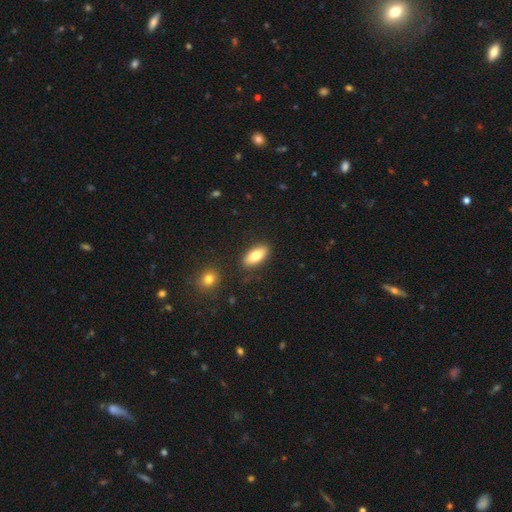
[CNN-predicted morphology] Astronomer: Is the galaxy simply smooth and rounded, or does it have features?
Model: smooth — 76%.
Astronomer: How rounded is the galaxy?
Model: in between — 86%.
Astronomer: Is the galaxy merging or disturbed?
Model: none — 86%.